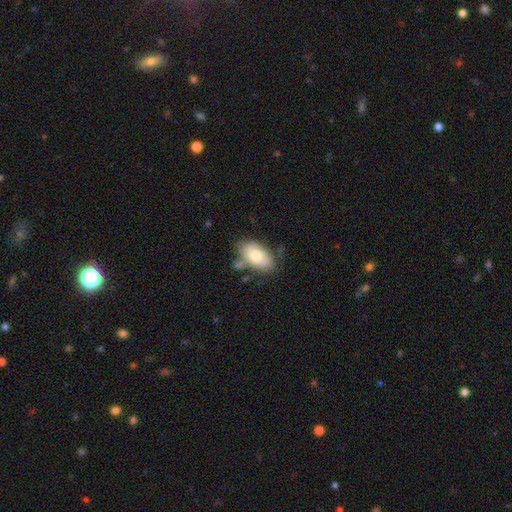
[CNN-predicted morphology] Smooth or featured?
  - smooth: 76% *
  - featured or disk: 17%
  - star or artifact: 7%
How rounded?
  - in between: 93% *
  - round: 4%
  - cigar-shaped: 3%
Merging?
  - none: 68% *
  - minor disturbance: 19%
  - merger: 9%
  - major disturbance: 5%